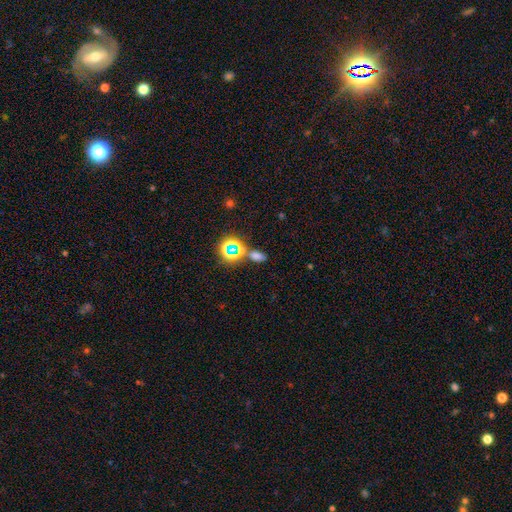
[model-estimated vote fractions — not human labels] Smooth or featured? smooth (59%)
How rounded? in between (80%)
Merging? none (64%)